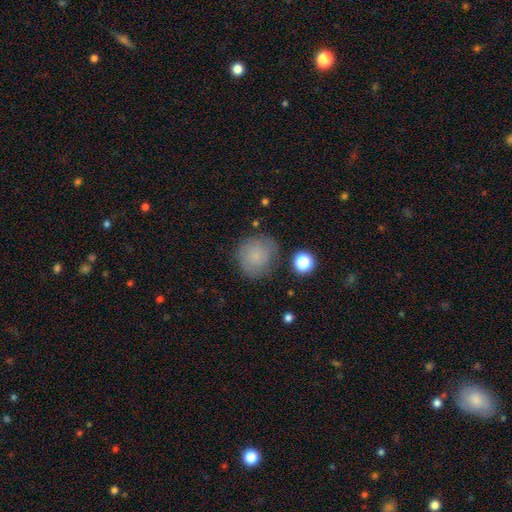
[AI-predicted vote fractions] The model was most divided on "merging": none: 74%, minor disturbance: 17%, major disturbance: 6%, merger: 3%. More confident: how rounded — round (88%); smooth or featured — smooth (73%).